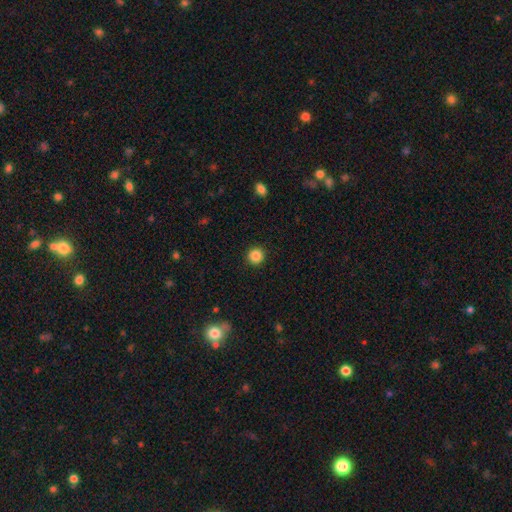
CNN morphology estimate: smooth 86%, star or artifact 11%, featured or disk 3%. Down the decision tree: how rounded — round (94%); merging — none (92%).